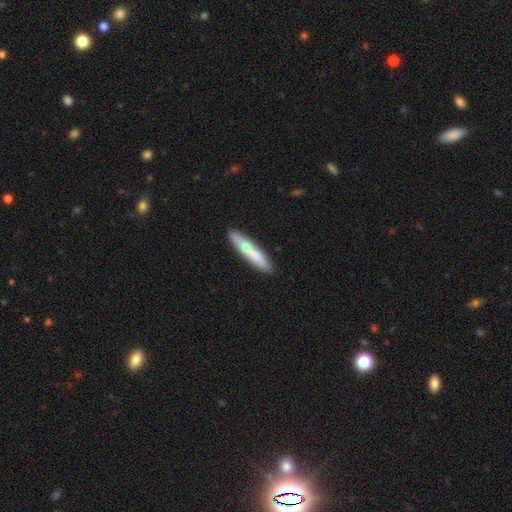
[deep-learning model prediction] Overall: smooth (64%; featured or disk 30%). How rounded: cigar-shaped (88%). Merging: none (80%).